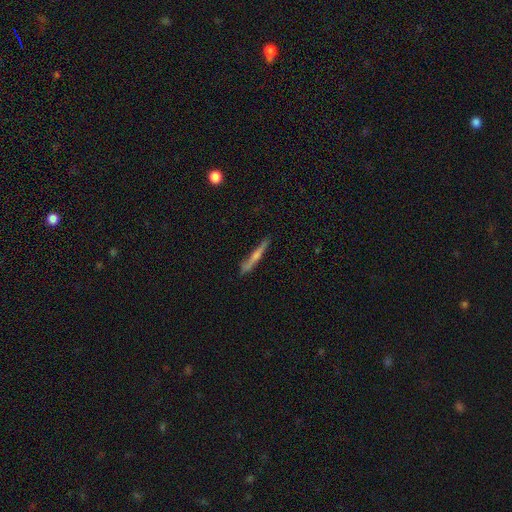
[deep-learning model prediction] A featured or disk galaxy (53%) viewed edge-on (88%).

Vote fractions:
- Smooth or featured? featured or disk: 53% / smooth: 33% / star or artifact: 14%
- Edge-on disk? yes: 88% / no: 12%
- Merging? none: 81% / minor disturbance: 11% / merger: 4% / major disturbance: 4%